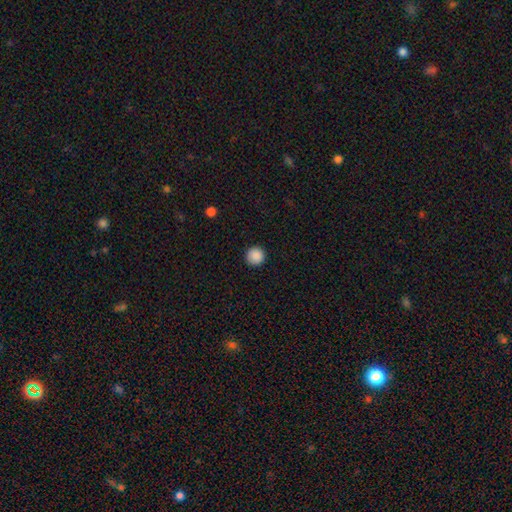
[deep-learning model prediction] Overall: smooth (89%). How rounded: round (96%). Merging: none (93%).